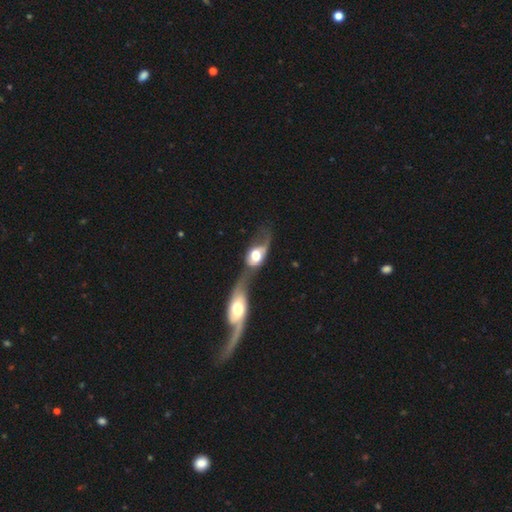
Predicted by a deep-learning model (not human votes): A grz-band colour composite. It shows a featured or disk galaxy (56%). Merging: merger (69%).